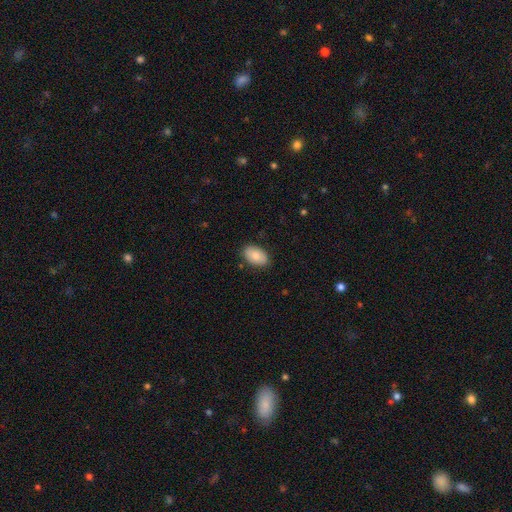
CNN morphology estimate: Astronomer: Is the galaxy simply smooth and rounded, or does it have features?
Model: smooth — 80%.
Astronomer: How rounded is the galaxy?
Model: in between — 92%.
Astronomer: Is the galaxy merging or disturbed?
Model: none — 85%.